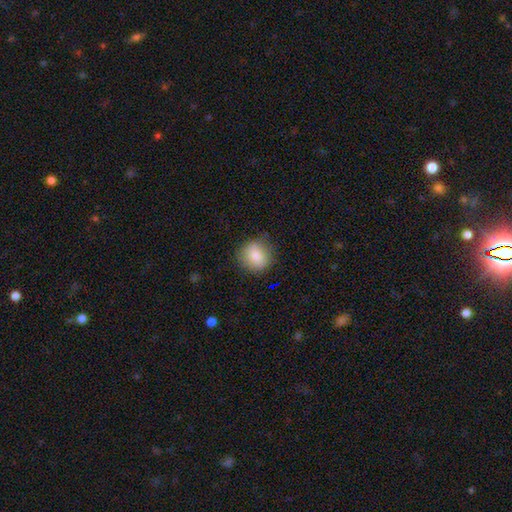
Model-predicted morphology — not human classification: Smooth or featured? Predicted: smooth (p=0.83). How rounded? Predicted: round (p=0.81). Merging? Predicted: none (p=0.80).